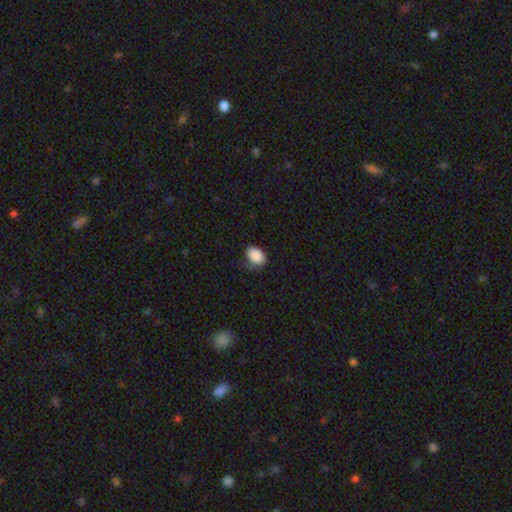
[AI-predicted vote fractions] This appears to be a smooth galaxy with no disk features (87%) that is in between round and cigar-shaped (78%). Merging: none (55%).